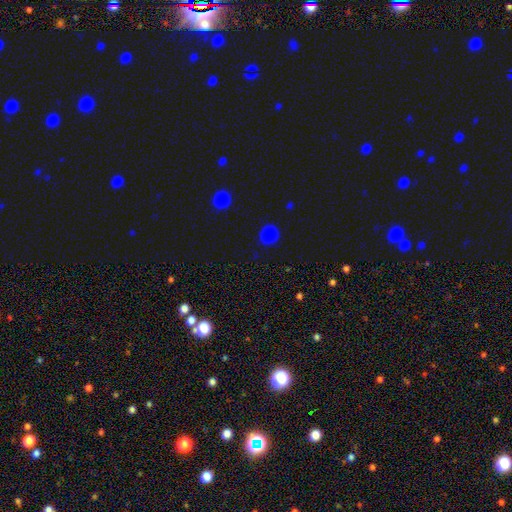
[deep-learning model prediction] This appears to be a smooth galaxy with no disk features (81%) that is round (77%). Merging: none (89%).